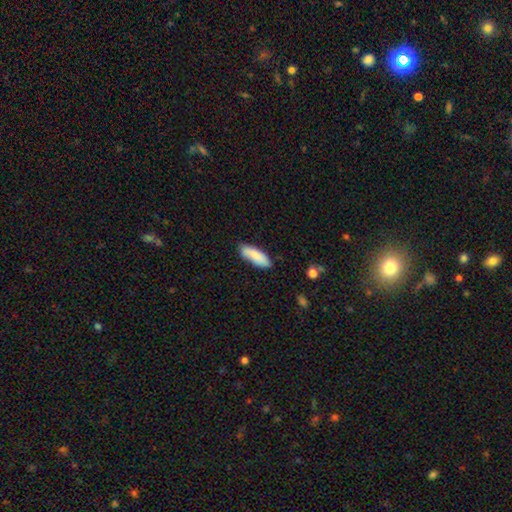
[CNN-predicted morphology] Smooth or featured?
  - smooth: 82% *
  - featured or disk: 12%
  - star or artifact: 6%
How rounded?
  - in between: 62% *
  - cigar-shaped: 36%
  - round: 2%
Merging?
  - none: 79% *
  - minor disturbance: 16%
  - major disturbance: 3%
  - merger: 2%